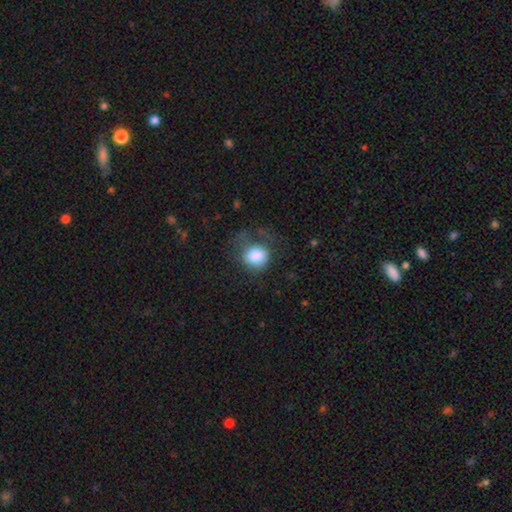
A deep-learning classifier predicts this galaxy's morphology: A smooth galaxy with no disk features (80%) that is round (75%). Merging: none (50%).